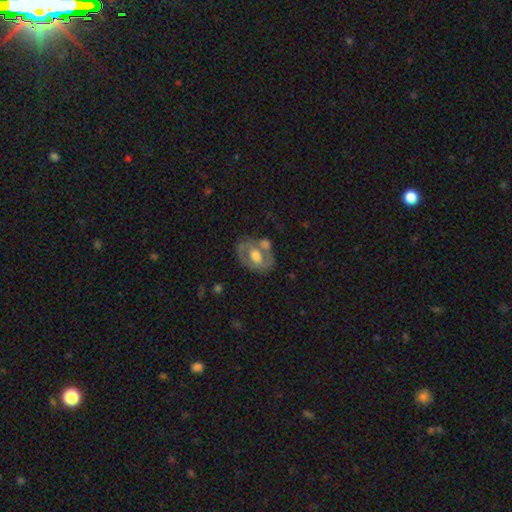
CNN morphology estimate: Smooth or featured: featured or disk — 56% (smooth — 37%)
Edge-on disk: no — 94% (yes — 6%)
Bar: no — 58% (weak — 30%)
Spiral arms: no — 65% (yes — 35%)
Bulge size: moderate — 62% (large — 26%)
Merging: none — 51% (merger — 22%)